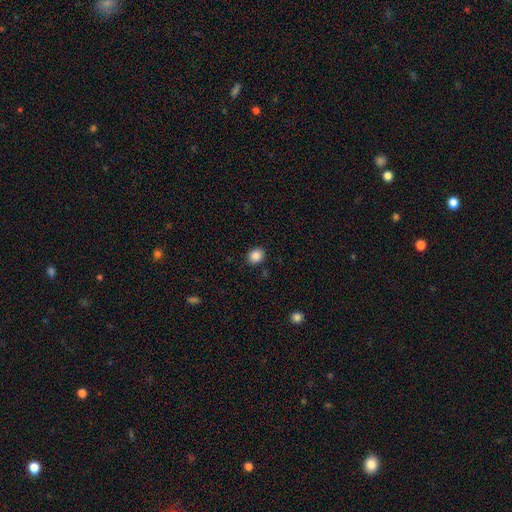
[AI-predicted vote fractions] smooth-or-featured: smooth: 86% | star or artifact: 10% | featured or disk: 4%
  how-rounded: round: 66% | in between: 33% | cigar-shaped: 1%
  merging: none: 89% | minor disturbance: 7% | major disturbance: 2% | merger: 1%